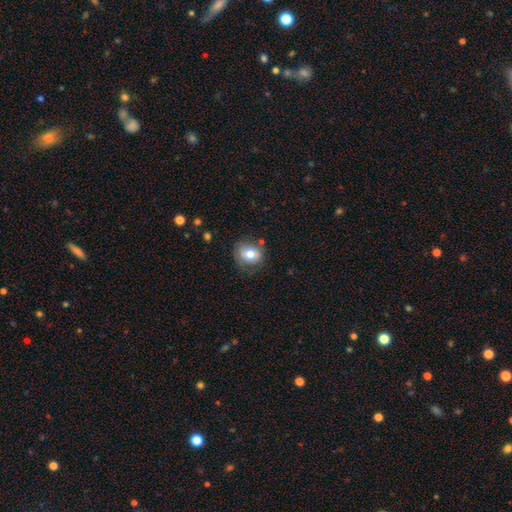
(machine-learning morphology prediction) Smooth or featured? Predicted: smooth (p=0.72). How rounded? Predicted: round (p=0.69). Merging? Predicted: none (p=0.72).